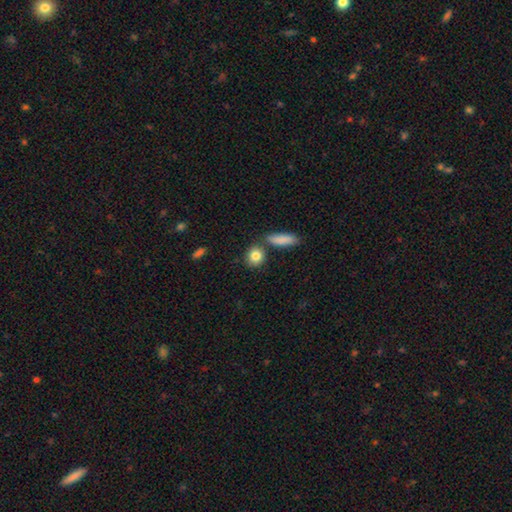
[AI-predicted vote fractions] Smooth or featured? smooth (85%)
How rounded? round (68%)
Merging? none (72%)